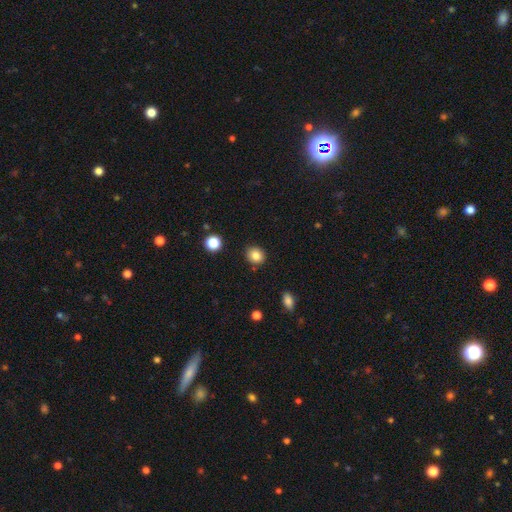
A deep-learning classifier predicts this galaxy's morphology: smooth_or_featured: smooth (p=0.84) [alt: star or artifact p=0.10]
how_rounded: round (p=0.75) [alt: in between p=0.24]
merging: none (p=0.87) [alt: minor disturbance p=0.09]